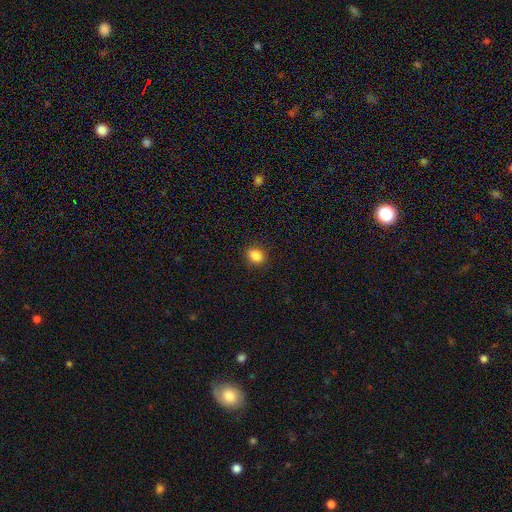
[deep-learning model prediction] This is clearly a smooth galaxy (86%). How rounded: possibly in between (60%). Merging: clearly none (89%).